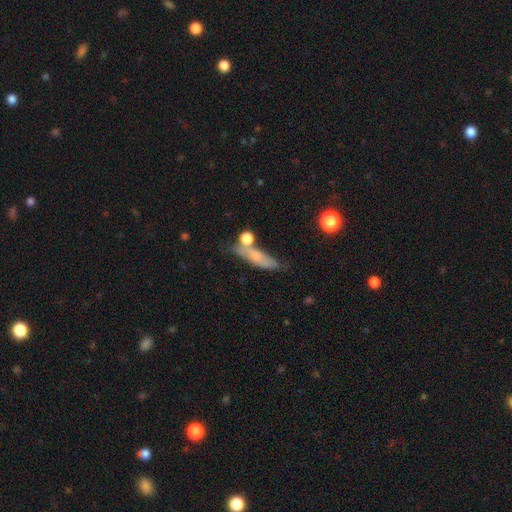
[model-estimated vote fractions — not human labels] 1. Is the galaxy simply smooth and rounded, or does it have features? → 60% smooth, 31% featured or disk, 9% star or artifact.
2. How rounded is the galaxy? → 54% cigar-shaped, 40% in between, 6% round.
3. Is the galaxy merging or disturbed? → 49% none, 23% minor disturbance, 17% merger, 10% major disturbance.